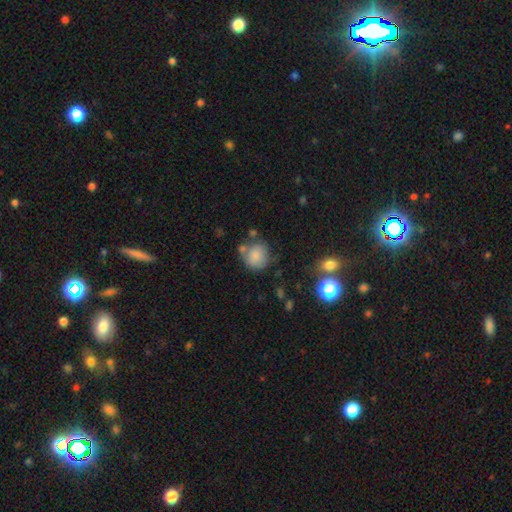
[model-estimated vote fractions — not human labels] Smooth or featured: smooth — 79% (featured or disk — 11%)
How rounded: round — 78% (in between — 21%)
Merging: none — 53% (minor disturbance — 23%)